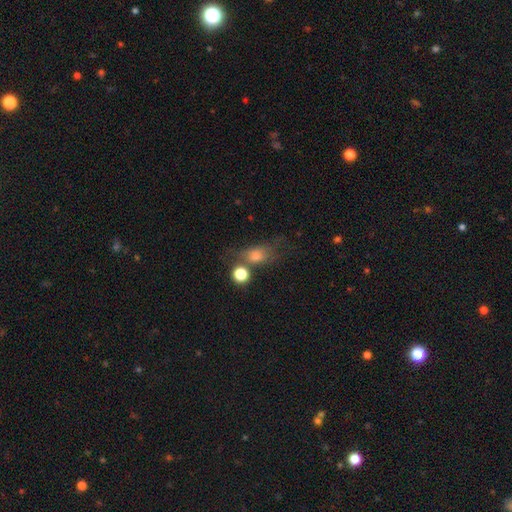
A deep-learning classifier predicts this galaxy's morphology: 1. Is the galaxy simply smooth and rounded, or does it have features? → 67% smooth, 17% star or artifact, 16% featured or disk.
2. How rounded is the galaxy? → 51% in between, 43% round, 6% cigar-shaped.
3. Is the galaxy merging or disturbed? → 42% none, 21% merger, 20% minor disturbance, 18% major disturbance.